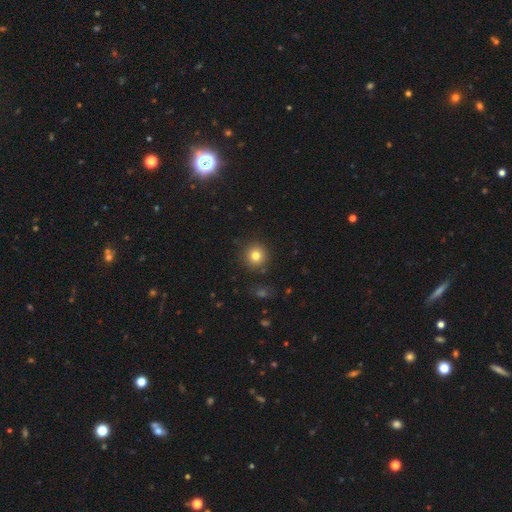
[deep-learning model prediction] Smooth or featured: smooth — 80% (star or artifact — 12%)
How rounded: round — 94% (in between — 5%)
Merging: none — 89% (minor disturbance — 7%)